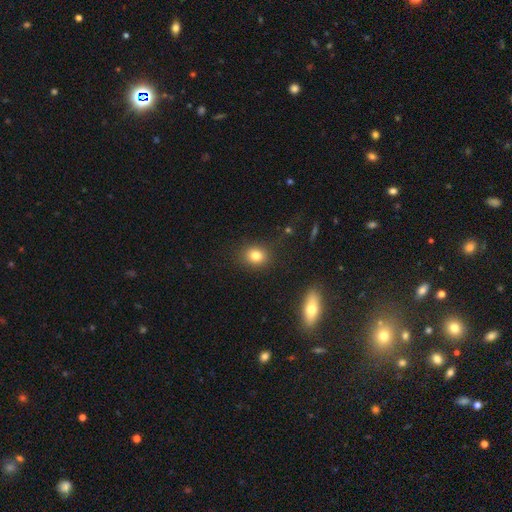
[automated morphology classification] Q: Smooth or featured?
A: smooth (80%); runner-up: star or artifact (12%)
Q: How rounded?
A: round (64%); runner-up: in between (34%)
Q: Merging?
A: none (85%); runner-up: minor disturbance (10%)